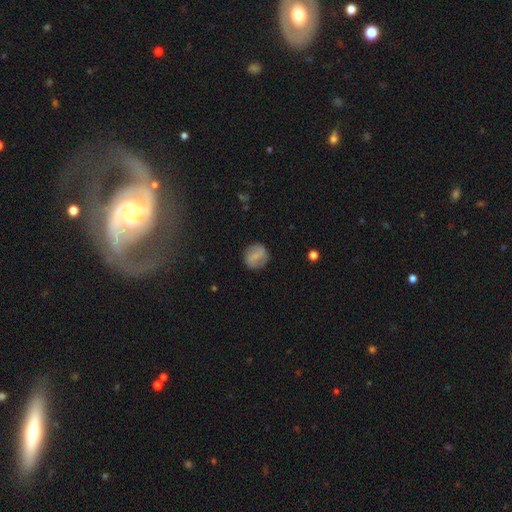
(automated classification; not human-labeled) Smooth or featured? smooth (63%)
How rounded? round (84%)
Merging? none (85%)